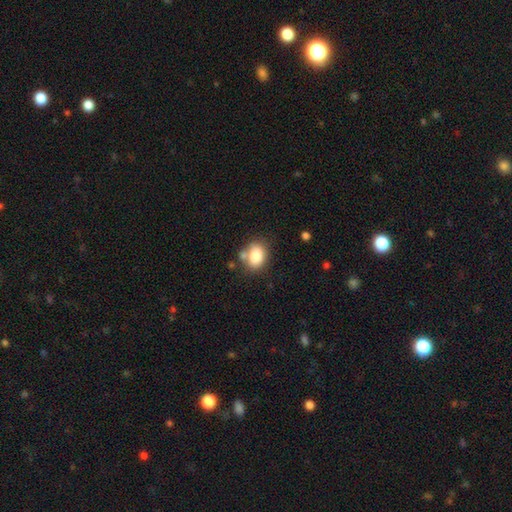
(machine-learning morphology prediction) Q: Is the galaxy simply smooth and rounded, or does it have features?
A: smooth — 83%.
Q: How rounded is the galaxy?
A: in between — 69%.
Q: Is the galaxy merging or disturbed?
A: none — 58%.